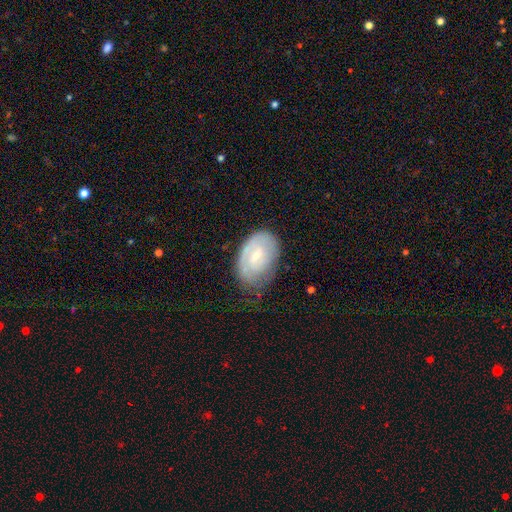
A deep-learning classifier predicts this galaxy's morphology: featured or disk 60%, smooth 34%, star or artifact 6%. Down the decision tree: edge-on disk — no (96%); bar — weak (49%); spiral arms — yes (77%); bulge size — small (63%); merging — none (59%).